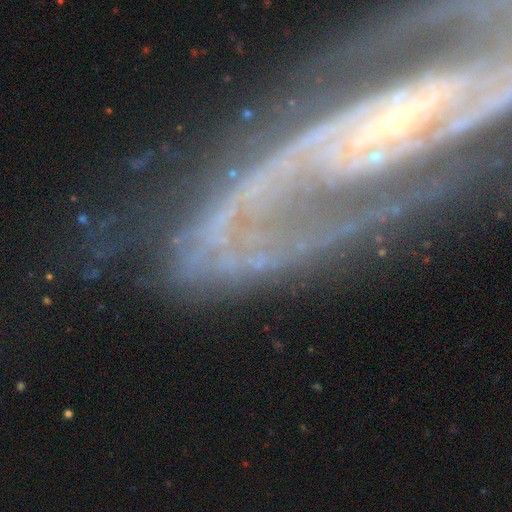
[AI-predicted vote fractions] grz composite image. It shows a featured or disk galaxy (80%) with no bar (41%), 2 (51%) tight (44%) spiral arms (87%) and a small central bulge (55%). Merging: none (54%).